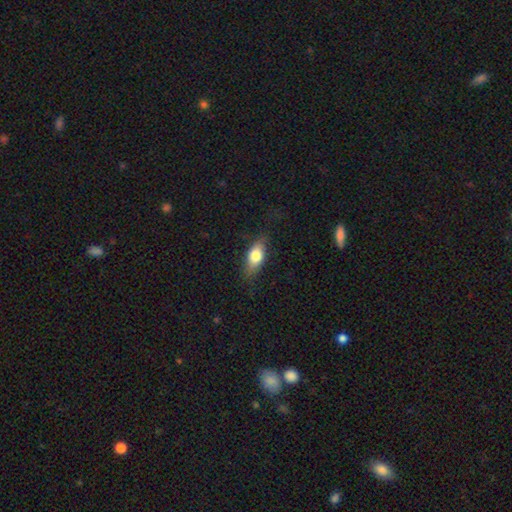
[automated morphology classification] smooth_or_featured: smooth (p=0.71) [alt: featured or disk p=0.22]
how_rounded: in between (p=0.80) [alt: cigar-shaped p=0.14]
merging: none (p=0.78) [alt: minor disturbance p=0.17]